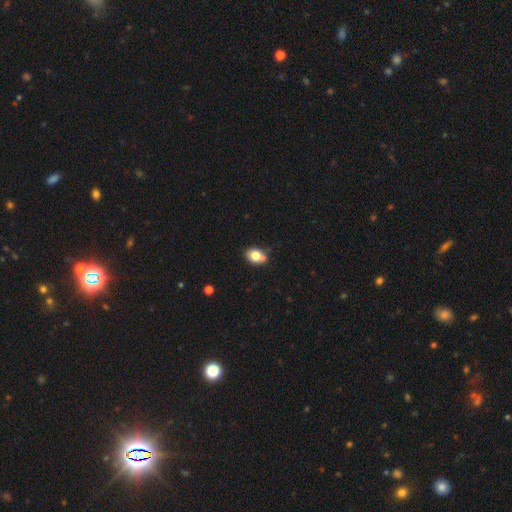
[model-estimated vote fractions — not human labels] Q: Smooth or featured?
A: smooth (78%); runner-up: featured or disk (12%)
Q: How rounded?
A: in between (59%); runner-up: round (40%)
Q: Merging?
A: none (61%); runner-up: minor disturbance (20%)